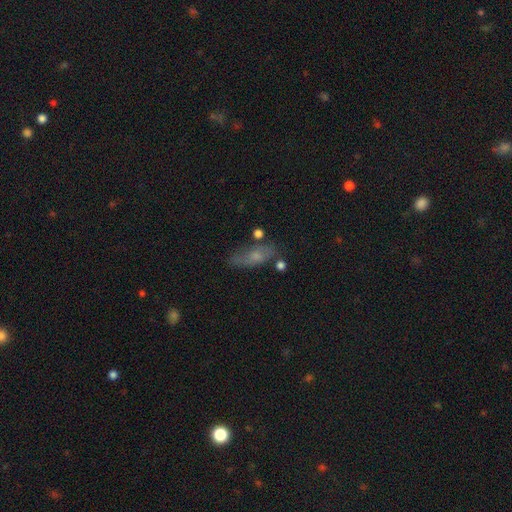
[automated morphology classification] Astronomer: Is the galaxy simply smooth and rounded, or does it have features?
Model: smooth — 55% (runner-up: featured or disk, 32%).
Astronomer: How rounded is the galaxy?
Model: in between — 63%.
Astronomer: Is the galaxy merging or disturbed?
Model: none — 62%.